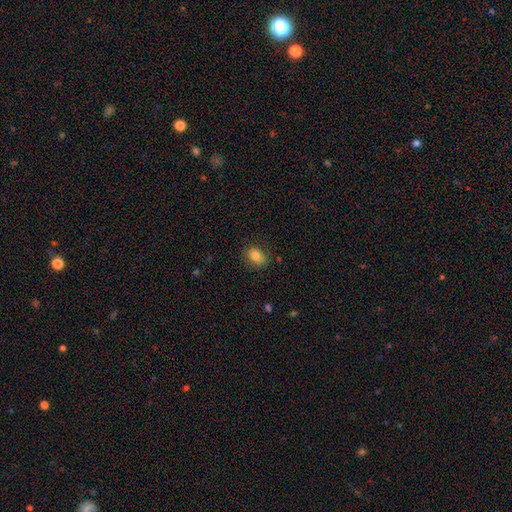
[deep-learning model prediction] Overall: smooth (82%). How rounded: in between (61%; round 38%). Merging: none (83%).